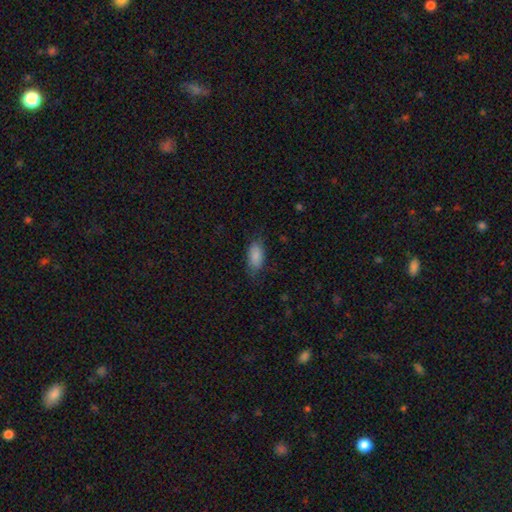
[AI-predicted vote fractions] The model was most divided on "merging": none: 71%, minor disturbance: 22%, major disturbance: 7%, merger: 1%. More confident: how rounded — in between (91%); smooth or featured — smooth (85%).